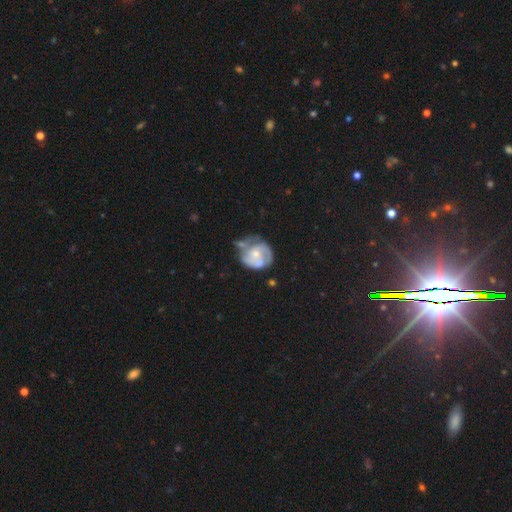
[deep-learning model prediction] This appears to be a featured or disk galaxy (65%) with no bar (76%), spiral arms (71%) and a small central bulge (49%). Merging: none (40%).